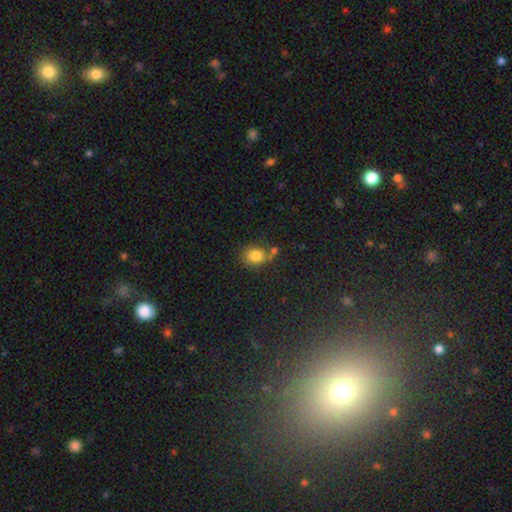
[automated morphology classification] Smooth or featured: smooth — 81% (star or artifact — 11%)
How rounded: round — 59% (in between — 40%)
Merging: none — 61% (merger — 18%)